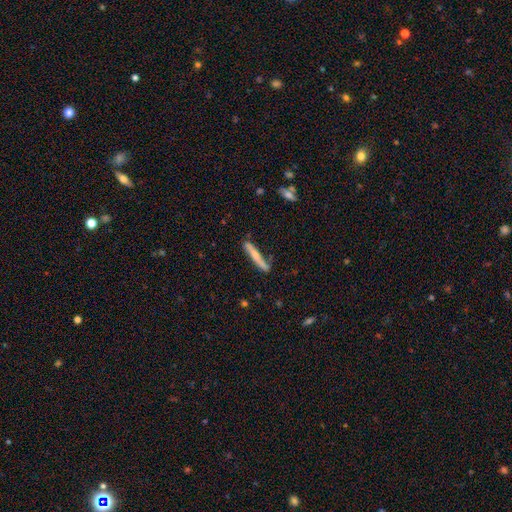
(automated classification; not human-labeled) Smooth or featured?
  - smooth: 55% *
  - featured or disk: 39%
  - star or artifact: 6%
How rounded?
  - cigar-shaped: 93% *
  - in between: 5%
  - round: 2%
Merging?
  - none: 70% *
  - minor disturbance: 21%
  - major disturbance: 5%
  - merger: 4%